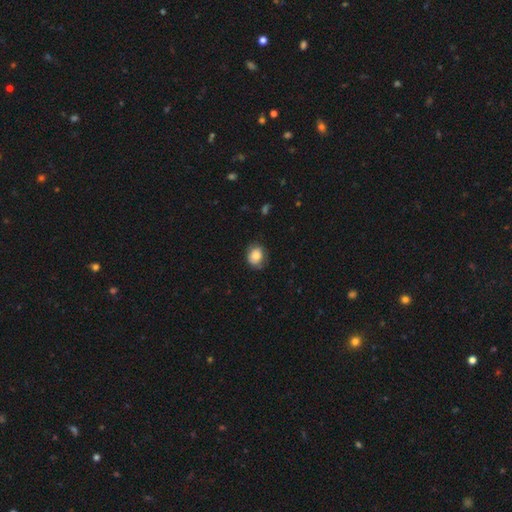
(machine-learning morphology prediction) Smooth or featured? smooth (79%)
How rounded? round (59%)
Merging? none (67%)